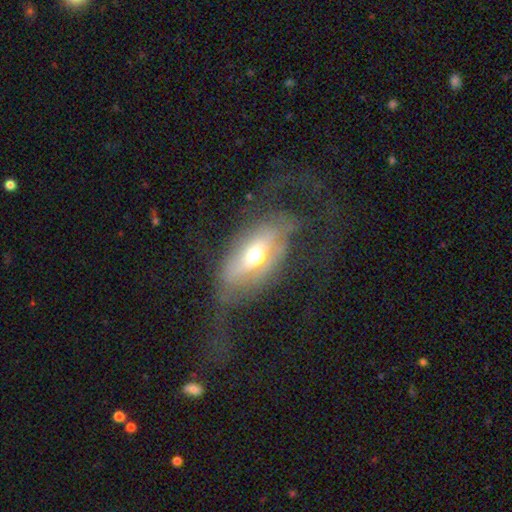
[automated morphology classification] Smooth or featured? featured or disk (50%)
Edge-on disk? no (72%)
Merging? none (46%)